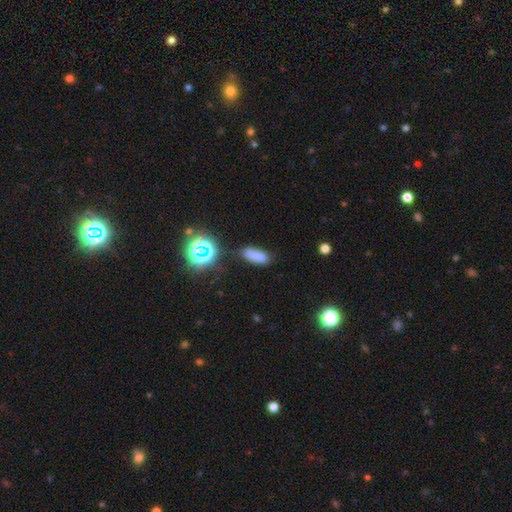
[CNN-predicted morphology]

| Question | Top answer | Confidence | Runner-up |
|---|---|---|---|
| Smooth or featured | smooth | 76% | star or artifact (17%) |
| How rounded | in between | 70% | cigar-shaped (24%) |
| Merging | none | 77% | minor disturbance (15%) |